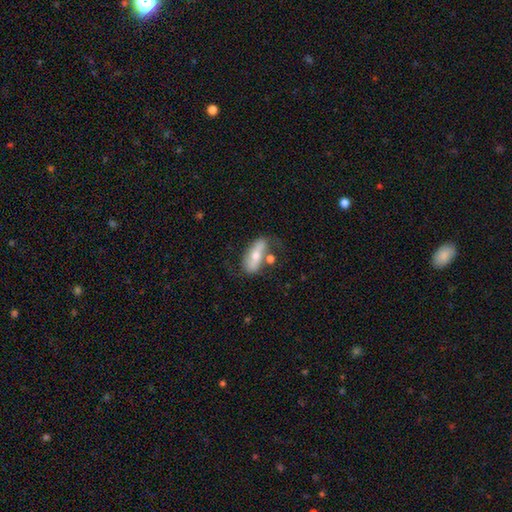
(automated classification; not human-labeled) Morphology: type=smooth (52%); roundness=in between (72%); merging=none (53%).